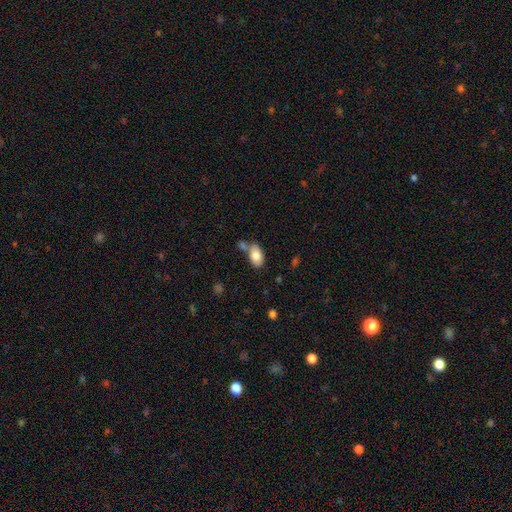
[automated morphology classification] The model was most divided on "merging": none: 59%, merger: 23%, minor disturbance: 14%, major disturbance: 4%. More confident: how rounded — in between (93%); smooth or featured — smooth (83%).